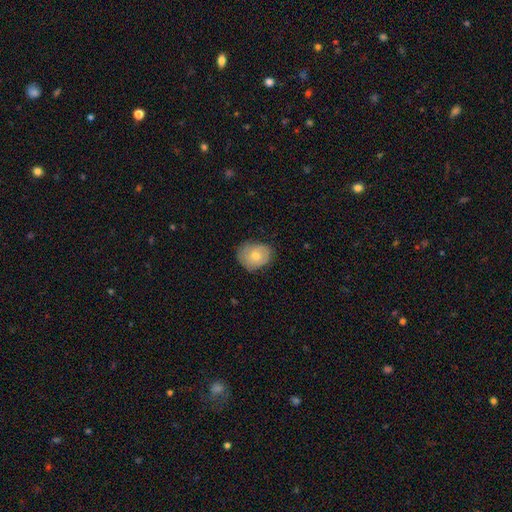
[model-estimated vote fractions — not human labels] smooth-or-featured: smooth: 67% | featured or disk: 27% | star or artifact: 7%
  how-rounded: round: 55% | in between: 44% | cigar-shaped: 1%
  merging: none: 66% | minor disturbance: 27% | major disturbance: 6% | merger: 1%